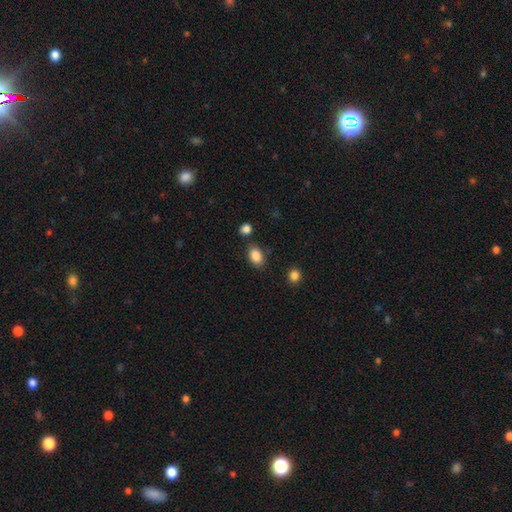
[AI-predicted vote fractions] Smooth or featured: smooth — 87% (star or artifact — 8%)
How rounded: in between — 81% (round — 18%)
Merging: none — 79% (minor disturbance — 13%)